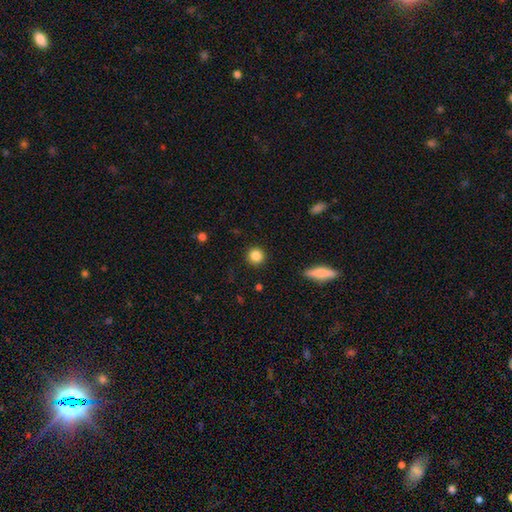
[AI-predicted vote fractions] Morphology: type=smooth (86%); roundness=round (93%); merging=none (91%).